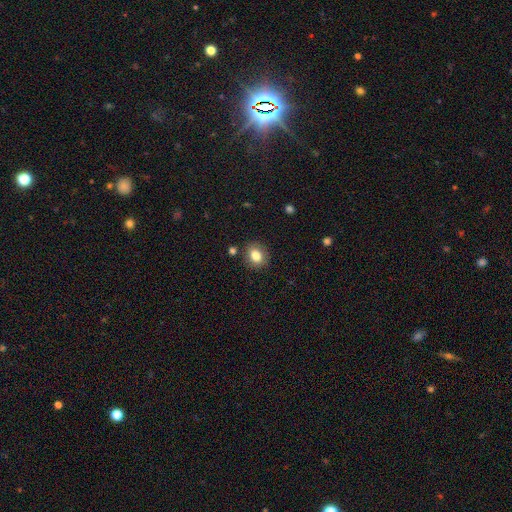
Smooth or featured?
  - smooth: 85% *
  - featured or disk: 10%
  - star or artifact: 5%
How rounded?
  - round: 76% *
  - in between: 24%
  - cigar-shaped: 0%
Merging?
  - none: 89% *
  - merger: 5%
  - minor disturbance: 3%
  - major disturbance: 3%